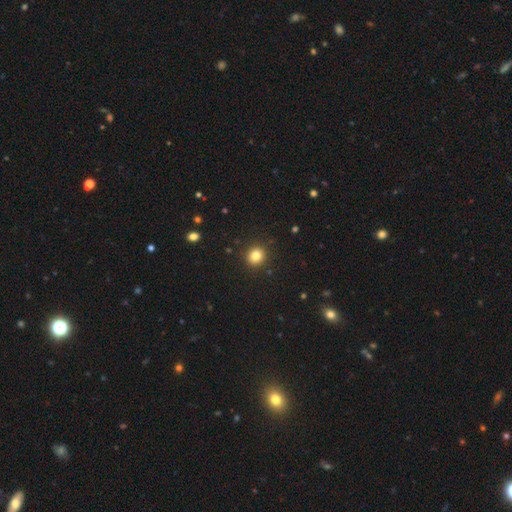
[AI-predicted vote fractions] Smooth or featured?
  - smooth: 83% *
  - star or artifact: 12%
  - featured or disk: 6%
How rounded?
  - round: 85% *
  - in between: 14%
  - cigar-shaped: 1%
Merging?
  - none: 91% *
  - minor disturbance: 6%
  - major disturbance: 2%
  - merger: 1%